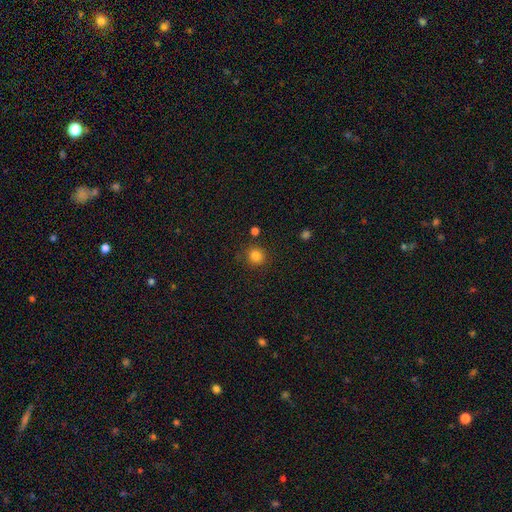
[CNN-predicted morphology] A smooth galaxy with no disk features (84%) that is round (88%). Merging: none (84%).